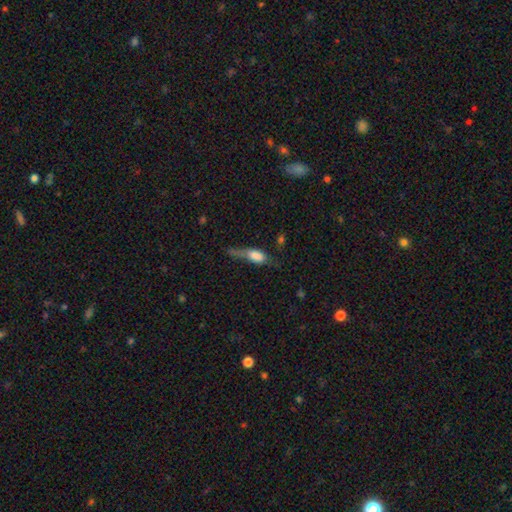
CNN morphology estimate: This appears to be a smooth galaxy with no disk features (67%) that is in between round and cigar-shaped (67%). Merging: major disturbance (37%).